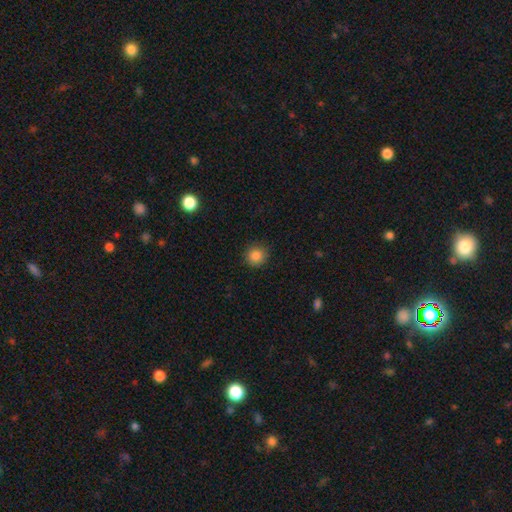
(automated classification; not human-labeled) Smooth or featured? Predicted: smooth (p=0.86). How rounded? Predicted: round (p=0.93). Merging? Predicted: none (p=0.89).